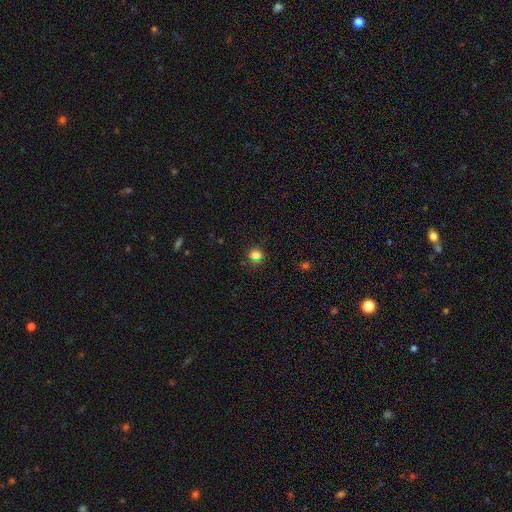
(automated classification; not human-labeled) This appears to be a smooth galaxy with no disk features (67%) that is round (85%). Merging: none (84%).